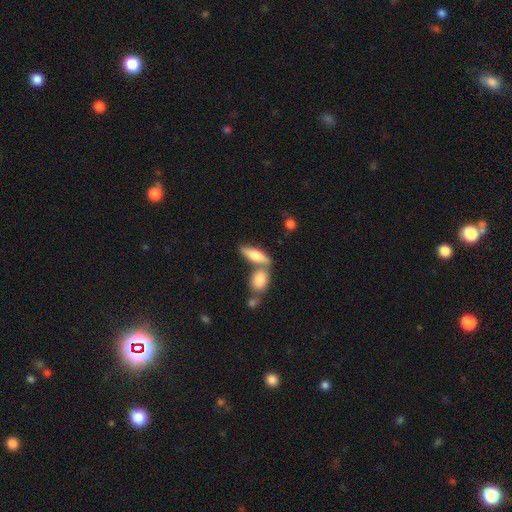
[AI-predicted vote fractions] Smooth or featured? Predicted: smooth (p=0.69). How rounded? Predicted: in between (p=0.56). Merging? Predicted: none (p=0.51).